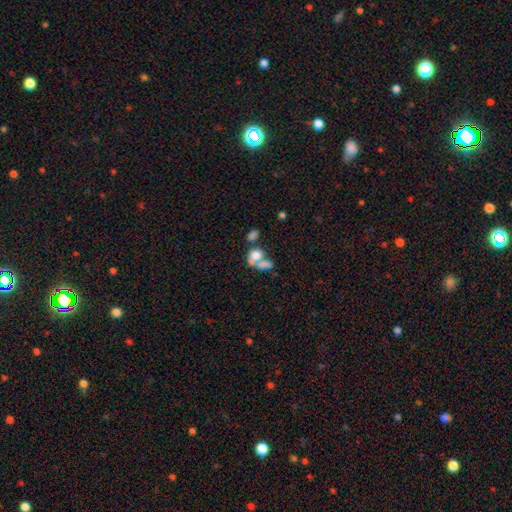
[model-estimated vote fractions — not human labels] smooth_or_featured: smooth (p=0.66) [alt: featured or disk p=0.22]
how_rounded: in between (p=0.60) [alt: round p=0.38]
merging: merger (p=0.58) [alt: none p=0.23]